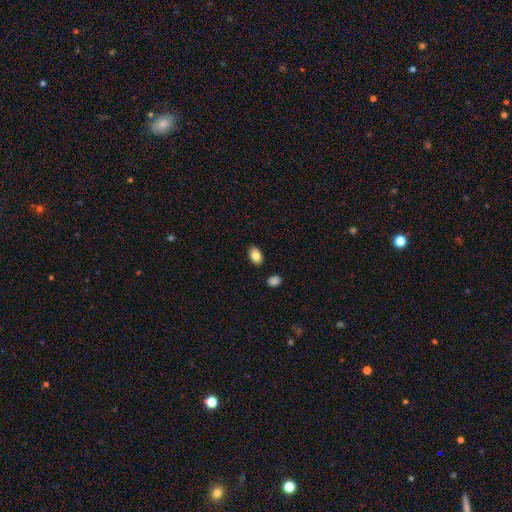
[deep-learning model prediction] Smooth or featured? Predicted: smooth (p=0.85). How rounded? Predicted: in between (p=0.88). Merging? Predicted: none (p=0.88).